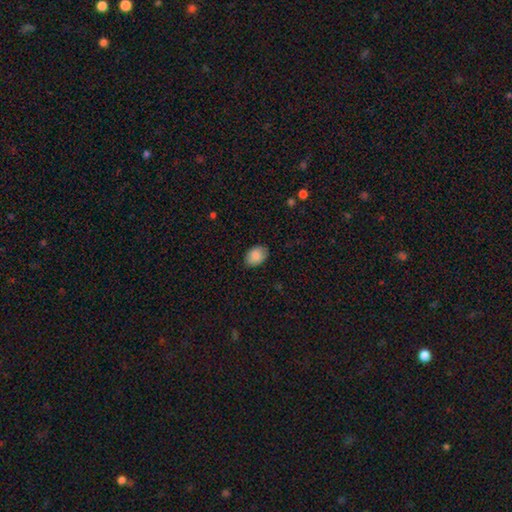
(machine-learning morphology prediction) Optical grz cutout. It shows a smooth galaxy with no disk features (88%) that is in between round and cigar-shaped (81%). Merging: none (85%).